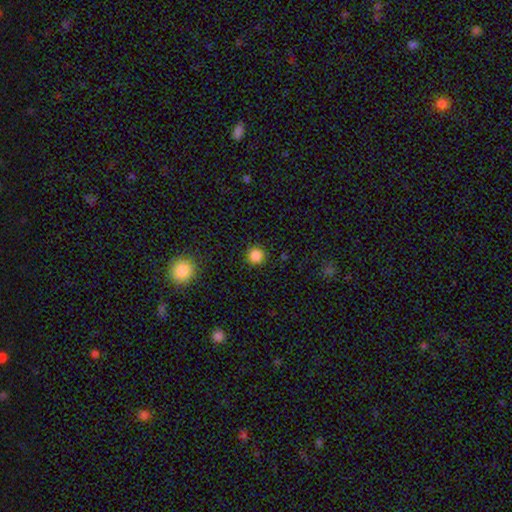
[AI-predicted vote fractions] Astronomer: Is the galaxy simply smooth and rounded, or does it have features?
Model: smooth — 85%.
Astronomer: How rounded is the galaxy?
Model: round — 94%.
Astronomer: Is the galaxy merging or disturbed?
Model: none — 90%.